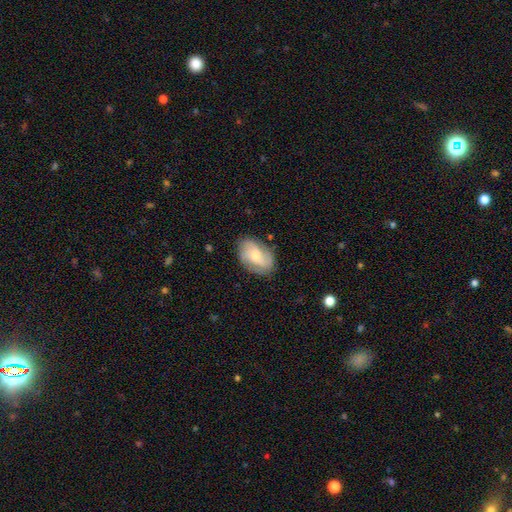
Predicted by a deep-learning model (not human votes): smooth-or-featured: featured or disk: 61% | smooth: 32% | star or artifact: 7%
  disk-edge-on: no: 97% | yes: 3%
    bar: no: 60% | weak: 34% | strong: 6%
    has-spiral-arms: yes: 91% | no: 9%
      spiral-winding: medium: 45% | loose: 29% | tight: 26%
      spiral-arm-count: 2: 39% | 3: 29% | can't tell: 19% | 4: 5% | 1: 5% | more than 4: 3%
    bulge-size: moderate: 46% | small: 44% | large: 5% | none: 4% | dominant: 1%
  merging: none: 75% | minor disturbance: 18% | major disturbance: 6% | merger: 1%